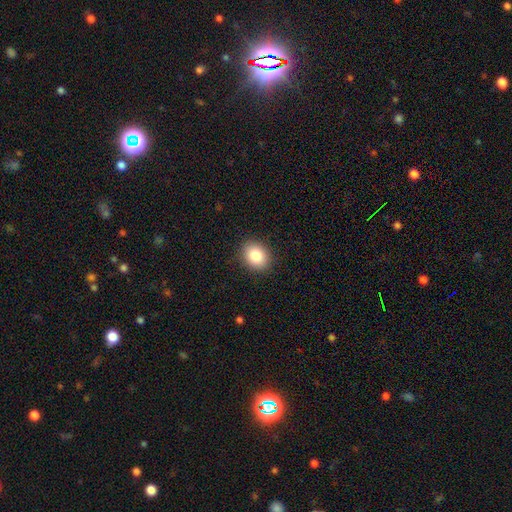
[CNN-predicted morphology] A smooth galaxy with no disk features (84%) that is round (51%).

Vote fractions:
- Smooth or featured? smooth: 84% / star or artifact: 9% / featured or disk: 7%
- How rounded? round: 51% / in between: 48% / cigar-shaped: 1%
- Merging? none: 90% / minor disturbance: 7% / major disturbance: 2% / merger: 1%